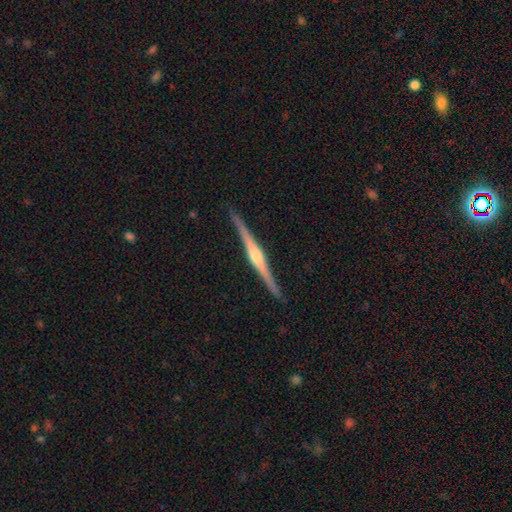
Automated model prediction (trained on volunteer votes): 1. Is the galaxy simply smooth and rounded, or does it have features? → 84% featured or disk, 11% smooth, 5% star or artifact.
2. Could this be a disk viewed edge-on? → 99% yes, 1% no.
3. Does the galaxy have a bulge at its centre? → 82% rounded, 10% boxy, 8% none.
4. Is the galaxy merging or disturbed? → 91% none, 7% minor disturbance, 1% major disturbance, 1% merger.